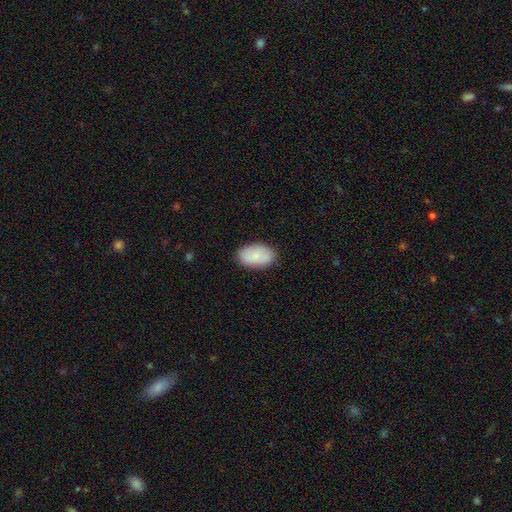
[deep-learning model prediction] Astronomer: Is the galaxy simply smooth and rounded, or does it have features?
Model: smooth — 83%.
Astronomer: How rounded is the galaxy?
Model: in between — 94%.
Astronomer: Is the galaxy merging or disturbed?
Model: none — 84%.